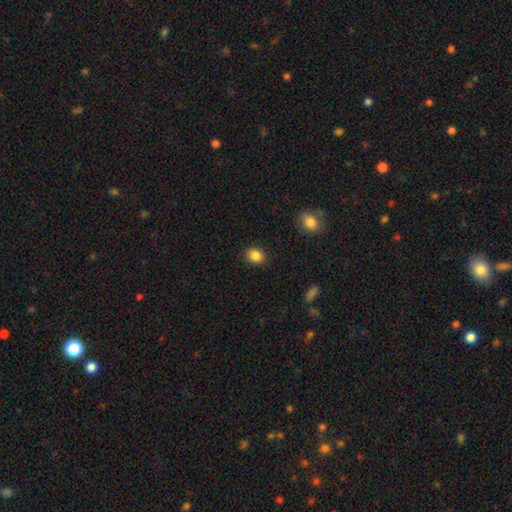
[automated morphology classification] smooth_or_featured: smooth (p=0.86) [alt: star or artifact p=0.10]
how_rounded: round (p=0.50) [alt: in between p=0.49]
merging: none (p=0.88) [alt: minor disturbance p=0.08]